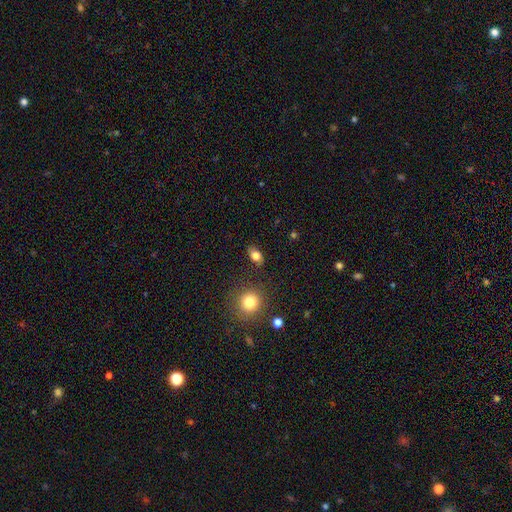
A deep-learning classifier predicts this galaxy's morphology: A smooth galaxy with no disk features (81%) that is in between round and cigar-shaped (83%). Merging: none (83%).